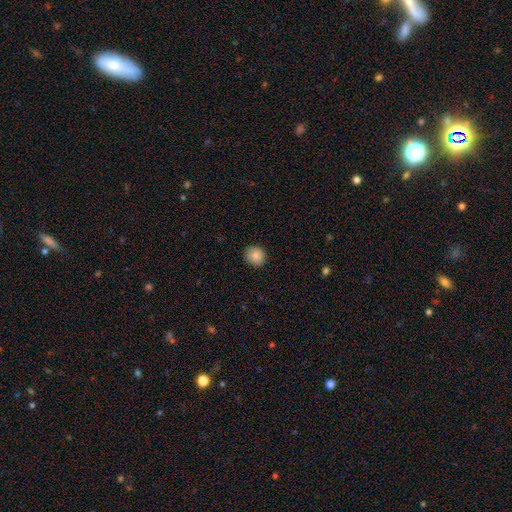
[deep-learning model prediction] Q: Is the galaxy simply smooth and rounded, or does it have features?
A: smooth — 86%.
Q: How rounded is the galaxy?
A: round — 81%.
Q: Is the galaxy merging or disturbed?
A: none — 88%.